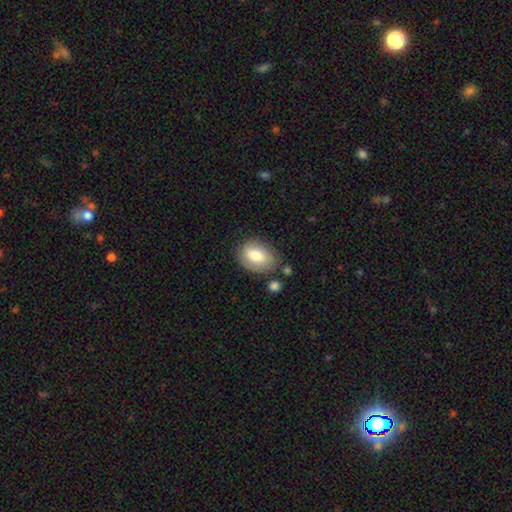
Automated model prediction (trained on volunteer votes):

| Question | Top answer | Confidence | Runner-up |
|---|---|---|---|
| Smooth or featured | smooth | 76% | featured or disk (17%) |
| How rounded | in between | 77% | round (21%) |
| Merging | none | 73% | minor disturbance (17%) |